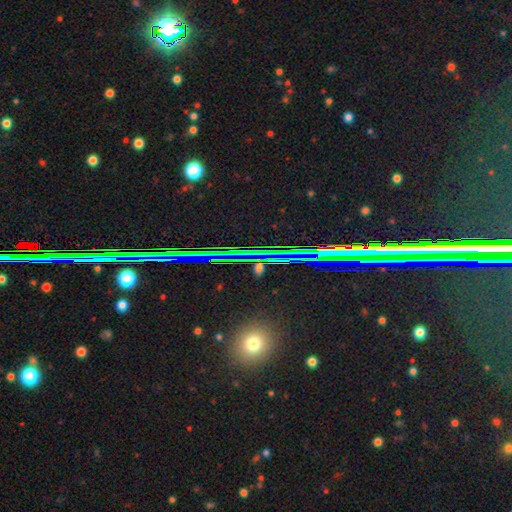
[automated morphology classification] This appears to be a star or artifact, not a galaxy (68%).